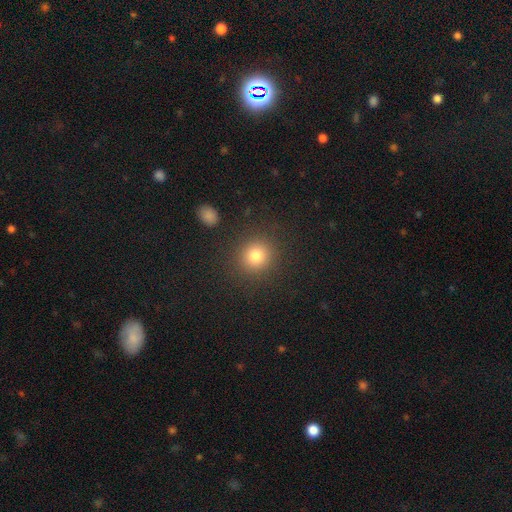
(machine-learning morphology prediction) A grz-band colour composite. It shows a smooth galaxy with no disk features (79%) that is round (90%). Merging: none (89%).